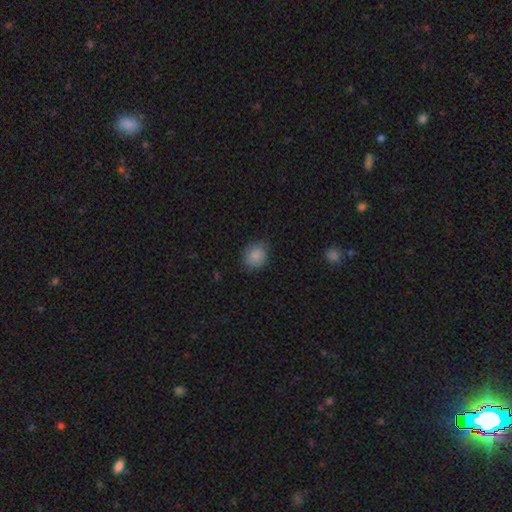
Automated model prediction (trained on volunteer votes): A smooth galaxy with no disk features (87%) that is round (69%).

Vote fractions:
- Smooth or featured? smooth: 87% / star or artifact: 8% / featured or disk: 5%
- How rounded? round: 69% / in between: 30% / cigar-shaped: 1%
- Merging? none: 79% / minor disturbance: 16% / major disturbance: 3% / merger: 1%